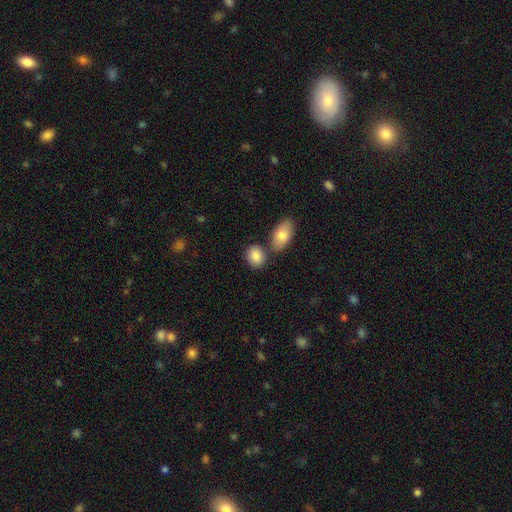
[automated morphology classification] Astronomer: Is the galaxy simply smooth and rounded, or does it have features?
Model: smooth — 87%.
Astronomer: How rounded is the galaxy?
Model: in between — 58% (runner-up: round, 40%).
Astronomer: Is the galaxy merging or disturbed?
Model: none — 67%.